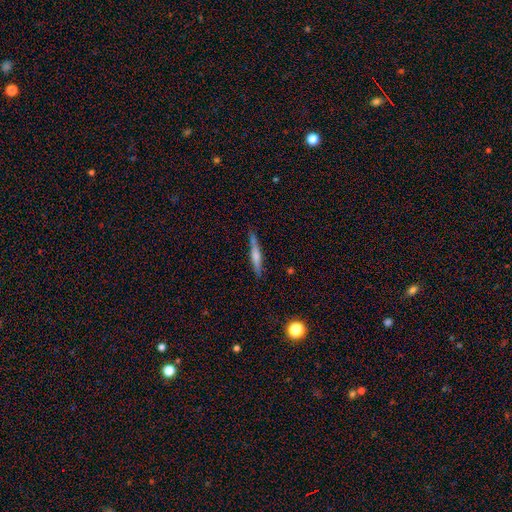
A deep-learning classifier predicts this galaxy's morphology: smooth-or-featured: smooth: 50% | featured or disk: 44% | star or artifact: 6%
  how-rounded: cigar-shaped: 92% | in between: 6% | round: 2%
  merging: none: 80% | minor disturbance: 14% | merger: 3% | major disturbance: 3%